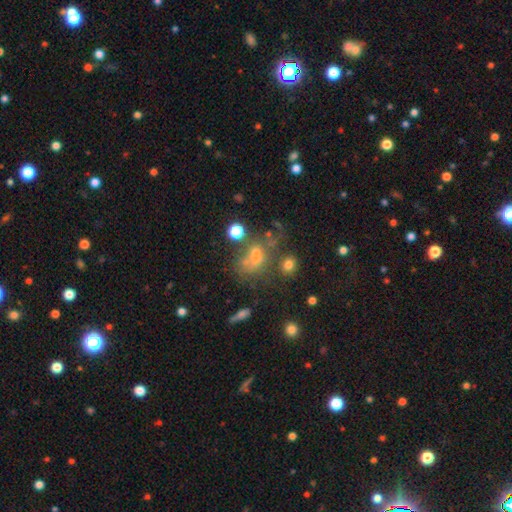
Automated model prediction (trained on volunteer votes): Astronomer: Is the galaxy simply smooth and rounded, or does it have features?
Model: smooth — 46% (runner-up: star or artifact, 29%).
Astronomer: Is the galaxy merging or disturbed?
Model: none — 38% (runner-up: merger, 27%).